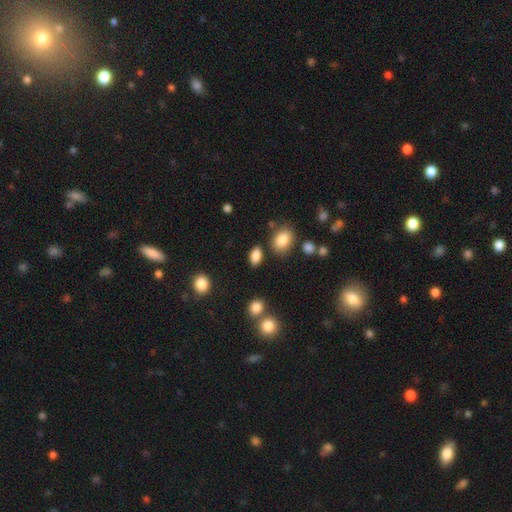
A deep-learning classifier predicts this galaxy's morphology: smooth-or-featured: smooth: 85% | star or artifact: 9% | featured or disk: 6%
  how-rounded: in between: 87% | round: 10% | cigar-shaped: 3%
  merging: none: 80% | minor disturbance: 11% | merger: 5% | major disturbance: 4%